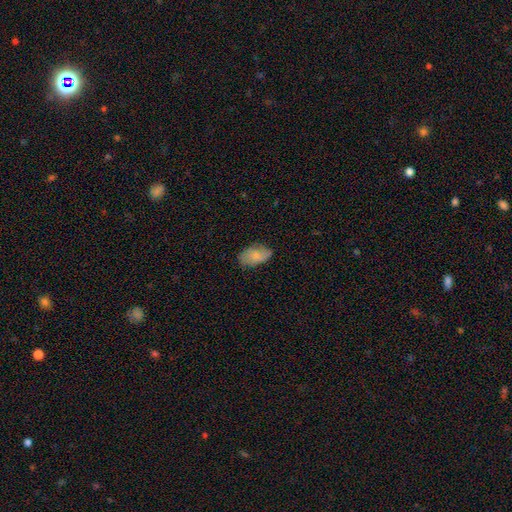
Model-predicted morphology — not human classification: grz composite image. It shows a smooth galaxy with no disk features (70%) that is in between round and cigar-shaped (94%). Merging: none (73%).